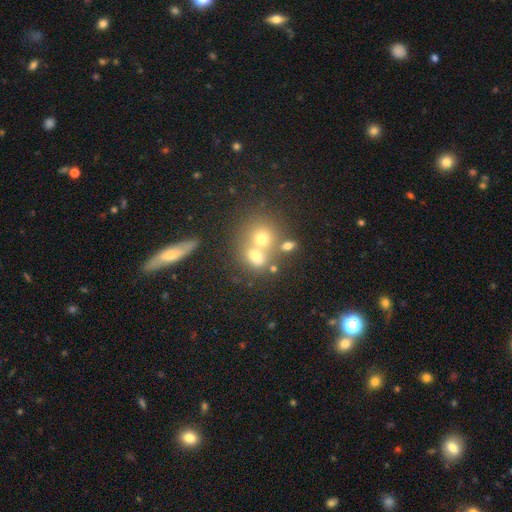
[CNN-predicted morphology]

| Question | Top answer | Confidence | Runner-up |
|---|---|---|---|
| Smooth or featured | smooth | 64% | featured or disk (19%) |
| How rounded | round | 57% | in between (41%) |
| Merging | merger | 53% | none (33%) |